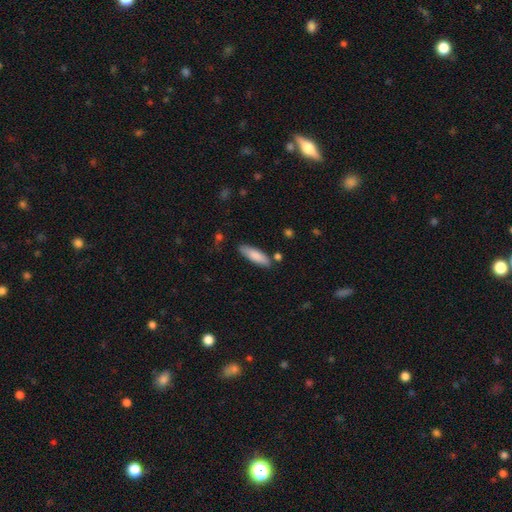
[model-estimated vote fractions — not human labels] This is clearly a smooth galaxy (84%). How rounded: possibly cigar-shaped (51%). Merging: clearly none (81%).